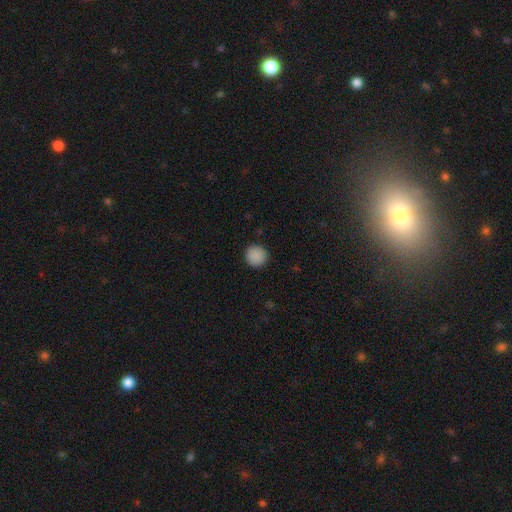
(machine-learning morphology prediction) Q: Smooth or featured?
A: smooth (89%); runner-up: star or artifact (9%)
Q: How rounded?
A: round (94%); runner-up: in between (5%)
Q: Merging?
A: none (92%); runner-up: minor disturbance (6%)